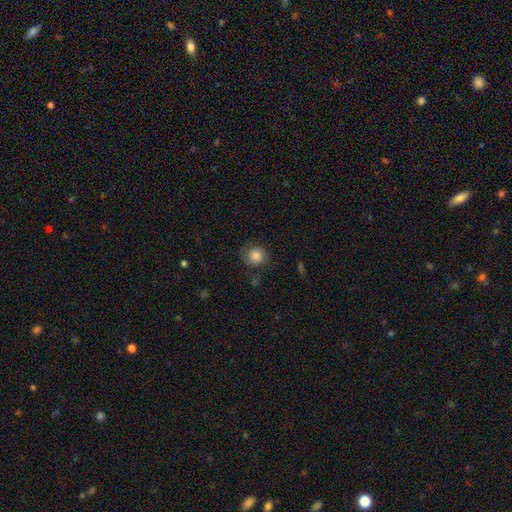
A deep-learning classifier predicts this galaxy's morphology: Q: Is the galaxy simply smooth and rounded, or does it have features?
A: smooth — 80%.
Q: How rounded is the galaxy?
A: round — 84%.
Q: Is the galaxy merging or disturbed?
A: none — 66%.